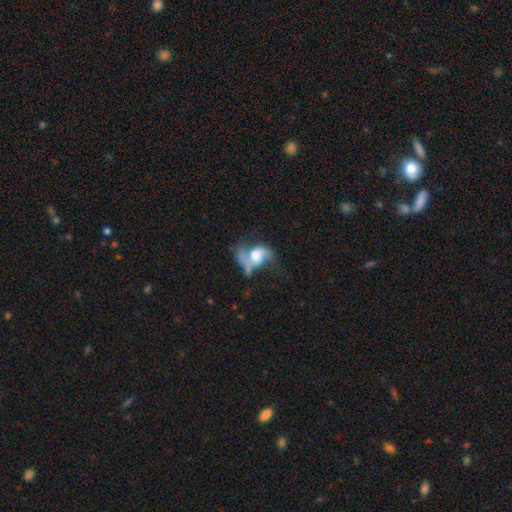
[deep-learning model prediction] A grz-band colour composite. It shows a featured or disk galaxy (73%) with no bar (57%), 2 (80%) loose (53%) spiral arms (87%) and a moderate central bulge (42%). Merging: none (34%).